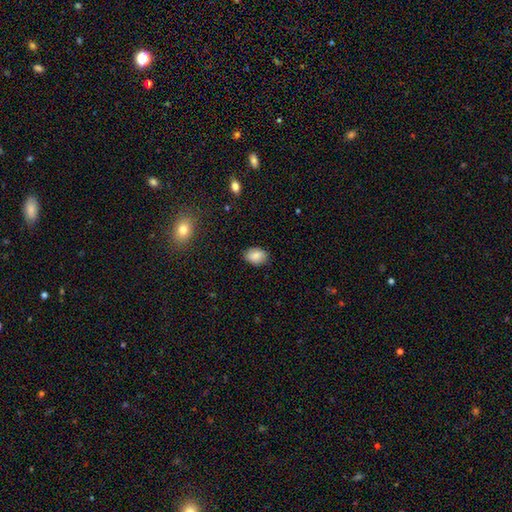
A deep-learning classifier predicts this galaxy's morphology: Q: Smooth or featured?
A: smooth (85%); runner-up: star or artifact (8%)
Q: How rounded?
A: in between (78%); runner-up: round (21%)
Q: Merging?
A: none (82%); runner-up: minor disturbance (14%)